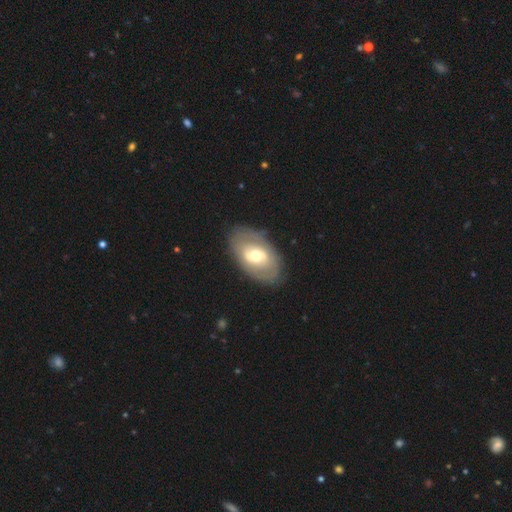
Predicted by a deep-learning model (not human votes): This appears to be a featured or disk galaxy (54%). Merging: none (80%).